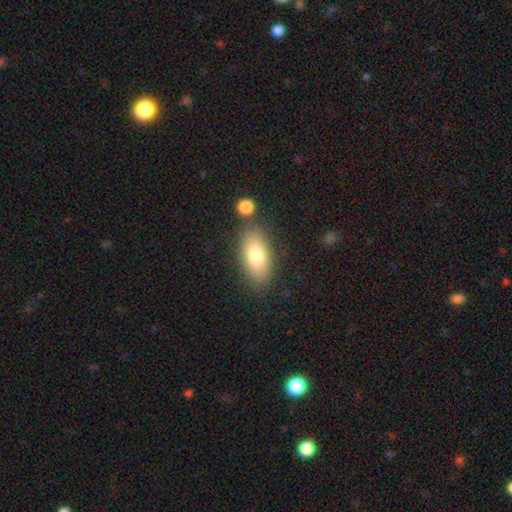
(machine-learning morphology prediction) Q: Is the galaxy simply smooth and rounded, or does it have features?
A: smooth — 78%.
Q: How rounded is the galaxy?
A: in between — 87%.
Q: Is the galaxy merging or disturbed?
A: none — 80%.